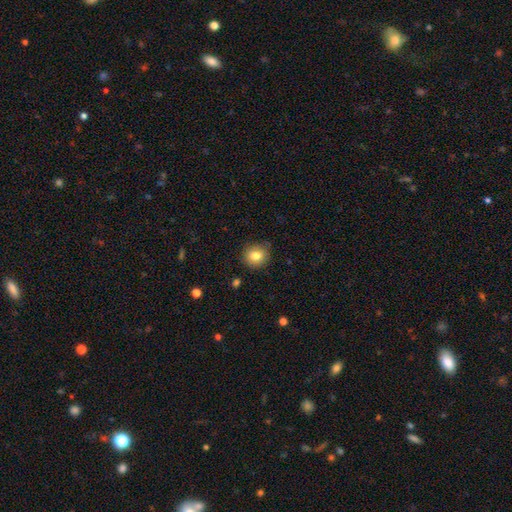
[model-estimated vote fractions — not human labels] Q: Smooth or featured?
A: smooth (81%); runner-up: star or artifact (10%)
Q: How rounded?
A: round (85%); runner-up: in between (14%)
Q: Merging?
A: none (86%); runner-up: minor disturbance (10%)